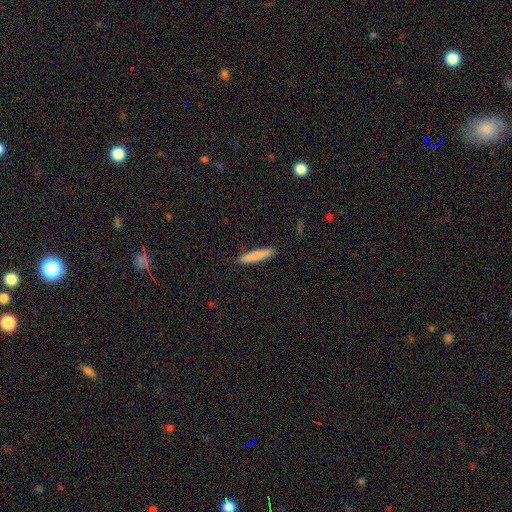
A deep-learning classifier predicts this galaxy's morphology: Q: Smooth or featured?
A: smooth (83%); runner-up: featured or disk (11%)
Q: How rounded?
A: cigar-shaped (91%); runner-up: in between (8%)
Q: Merging?
A: none (89%); runner-up: minor disturbance (8%)